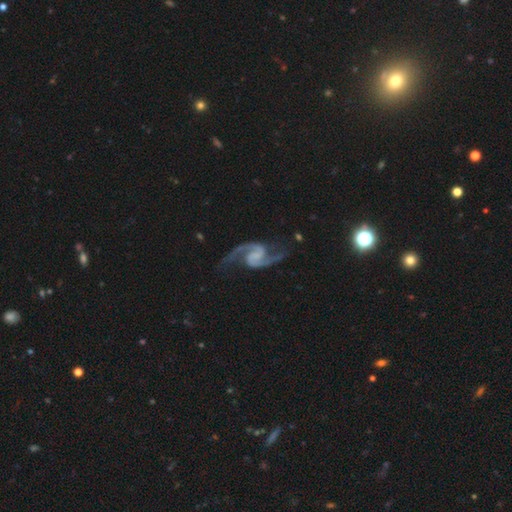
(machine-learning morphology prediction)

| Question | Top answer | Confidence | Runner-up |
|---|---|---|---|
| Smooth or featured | featured or disk | 93% | star or artifact (4%) |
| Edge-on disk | no | 98% | yes (2%) |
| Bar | weak | 42% | no (38%) |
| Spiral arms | yes | 98% | no (2%) |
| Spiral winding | medium | 47% | loose (44%) |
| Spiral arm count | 2 | 95% | can't tell (1%) |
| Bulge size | none | 64% | small (21%) |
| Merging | none | 75% | minor disturbance (15%) |